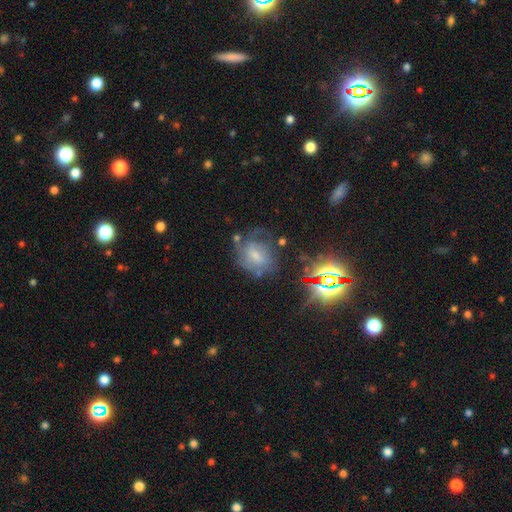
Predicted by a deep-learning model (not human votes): This appears to be a featured or disk galaxy (42%). Merging: none (50%).